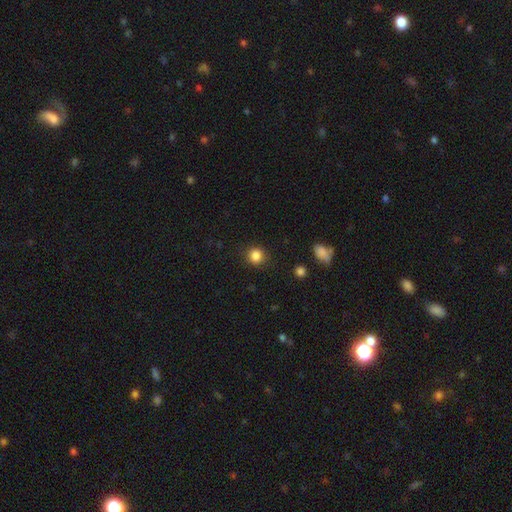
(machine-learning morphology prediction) Smooth or featured? Predicted: smooth (p=0.85). How rounded? Predicted: round (p=0.89). Merging? Predicted: none (p=0.89).